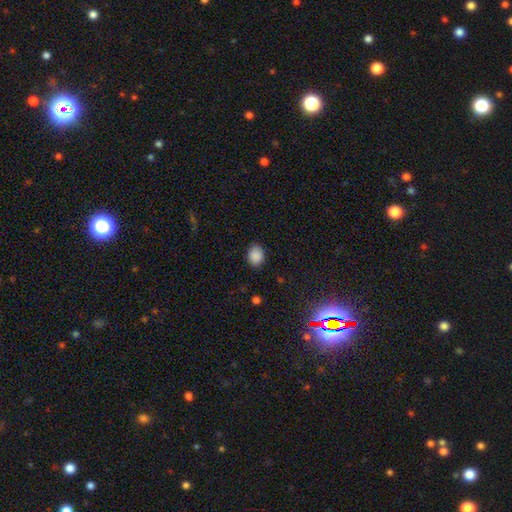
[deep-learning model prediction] smooth_or_featured: smooth (p=0.88) [alt: star or artifact p=0.09]
how_rounded: in between (p=0.51) [alt: round p=0.48]
merging: none (p=0.85) [alt: minor disturbance p=0.11]